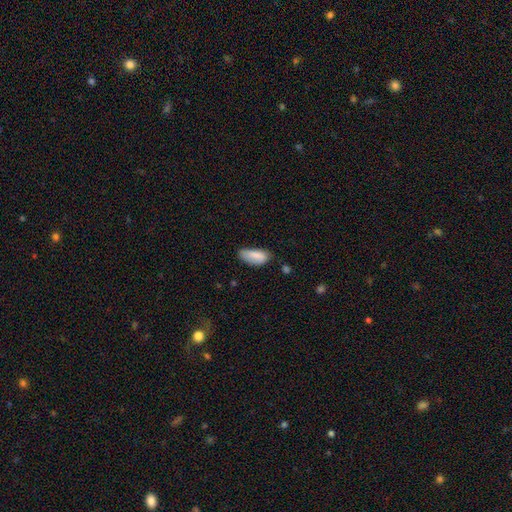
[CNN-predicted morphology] This appears to be a smooth galaxy with no disk features (84%) that is in between round and cigar-shaped (85%). Merging: none (54%).